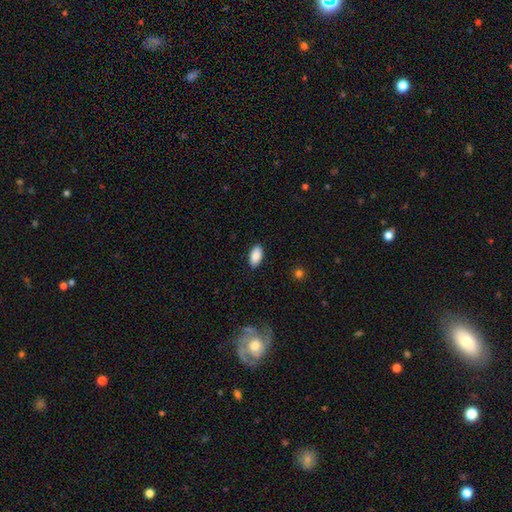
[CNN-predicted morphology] Smooth or featured?
  - smooth: 88% *
  - star or artifact: 7%
  - featured or disk: 5%
How rounded?
  - in between: 94% *
  - cigar-shaped: 4%
  - round: 3%
Merging?
  - none: 88% *
  - minor disturbance: 9%
  - major disturbance: 2%
  - merger: 1%